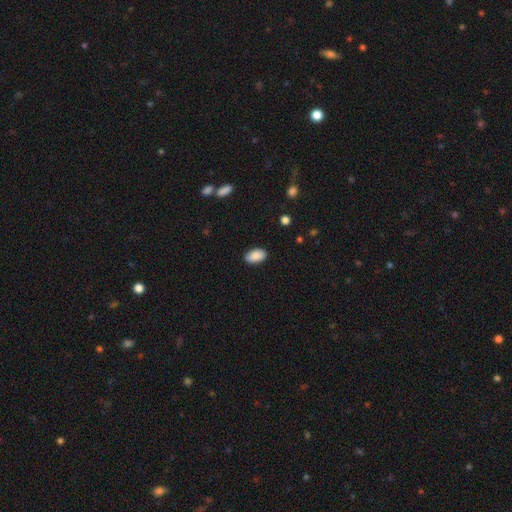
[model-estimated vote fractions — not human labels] smooth 87%, star or artifact 7%, featured or disk 6%. Down the decision tree: how rounded — in between (94%); merging — none (86%).